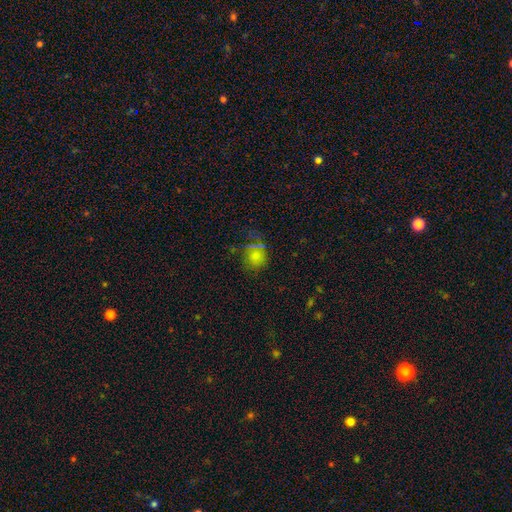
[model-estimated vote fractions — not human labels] This is likely a smooth galaxy (65%). How rounded: clearly round (85%). Merging: likely none (75%).